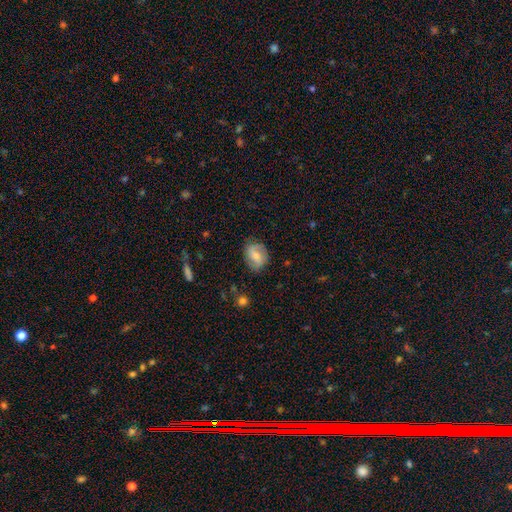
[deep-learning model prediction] Overall: smooth (50%; featured or disk 43%). Merging: none (77%).